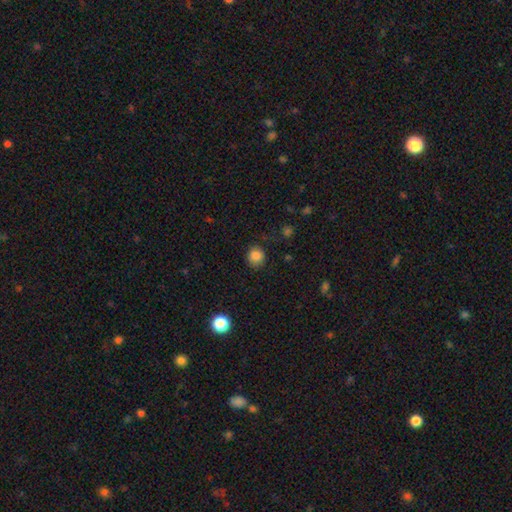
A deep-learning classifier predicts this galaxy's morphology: Overall: smooth (84%). How rounded: round (87%). Merging: none (83%).